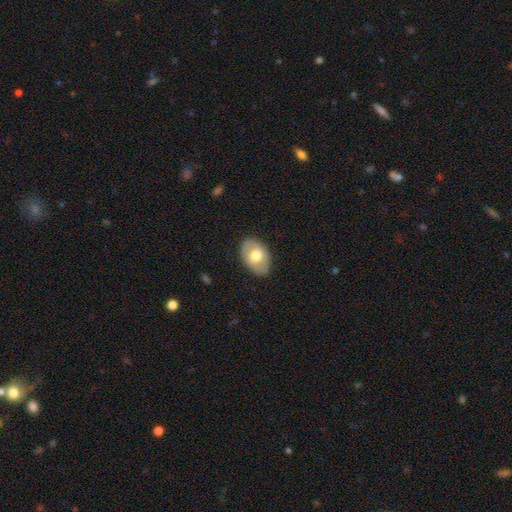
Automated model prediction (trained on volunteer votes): smooth_or_featured: smooth (p=0.56) [alt: featured or disk p=0.38]
how_rounded: in between (p=0.83) [alt: round p=0.16]
merging: none (p=0.83) [alt: minor disturbance p=0.13]